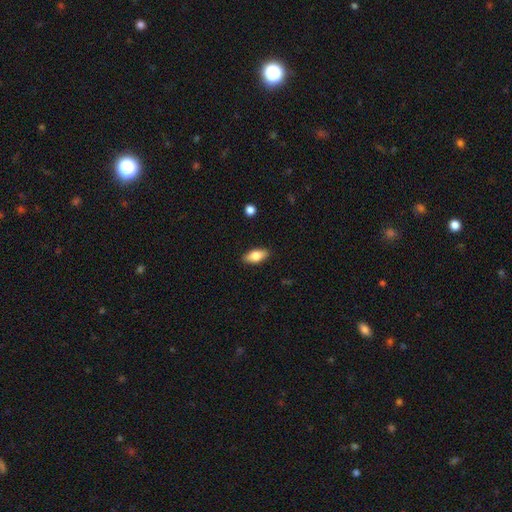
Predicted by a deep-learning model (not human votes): Morphology: type=smooth (76%); roundness=in between (87%); merging=none (88%).